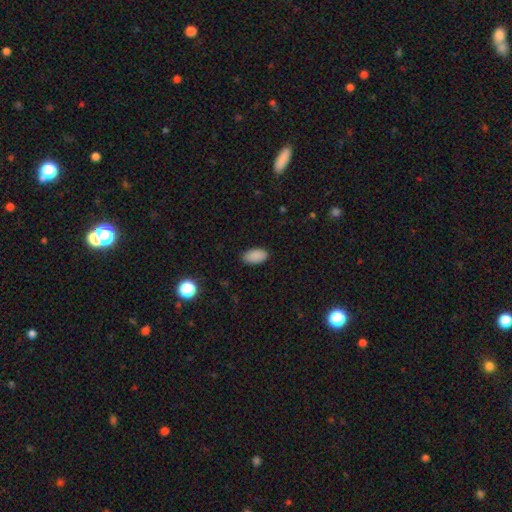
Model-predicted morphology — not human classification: A smooth galaxy with no disk features (88%) that is in between round and cigar-shaped (95%).

Vote fractions:
- Smooth or featured? smooth: 88% / star or artifact: 8% / featured or disk: 3%
- How rounded? in between: 95% / round: 3% / cigar-shaped: 2%
- Merging? none: 87% / minor disturbance: 10% / major disturbance: 2% / merger: 1%